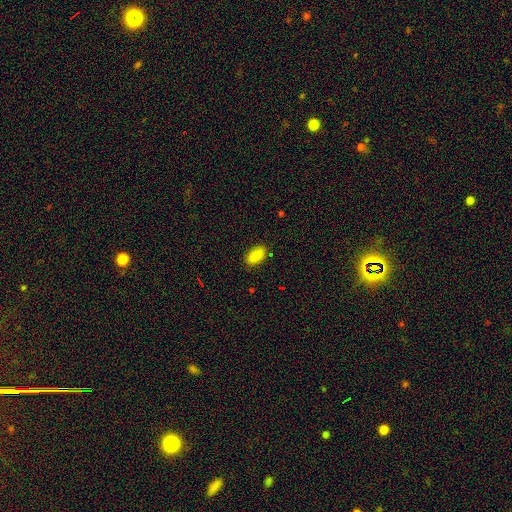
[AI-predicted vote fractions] A smooth galaxy with no disk features (86%) that is in between round and cigar-shaped (92%). Merging: none (86%).